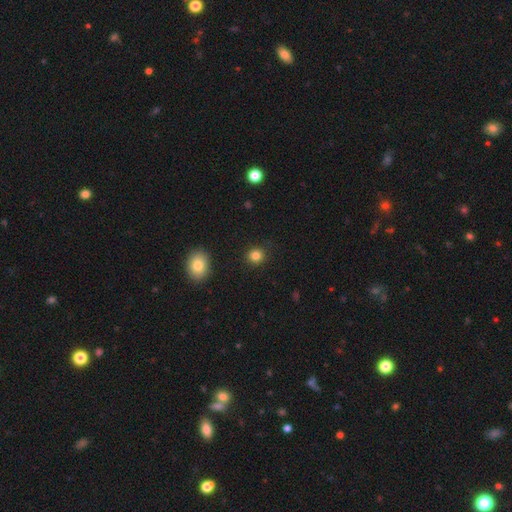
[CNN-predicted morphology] Smooth or featured: smooth — 83% (star or artifact — 12%)
How rounded: round — 88% (in between — 11%)
Merging: none — 90% (minor disturbance — 6%)